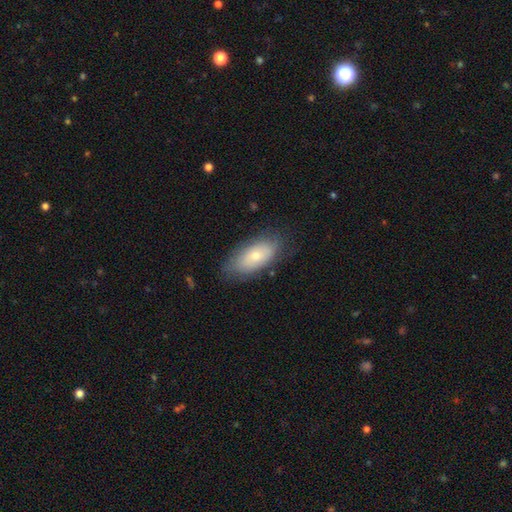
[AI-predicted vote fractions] A smooth galaxy with no disk features (63%) that is in between round and cigar-shaped (89%).

Vote fractions:
- Smooth or featured? smooth: 63% / featured or disk: 31% / star or artifact: 7%
- How rounded? in between: 89% / cigar-shaped: 7% / round: 4%
- Merging? none: 75% / minor disturbance: 18% / major disturbance: 5% / merger: 1%